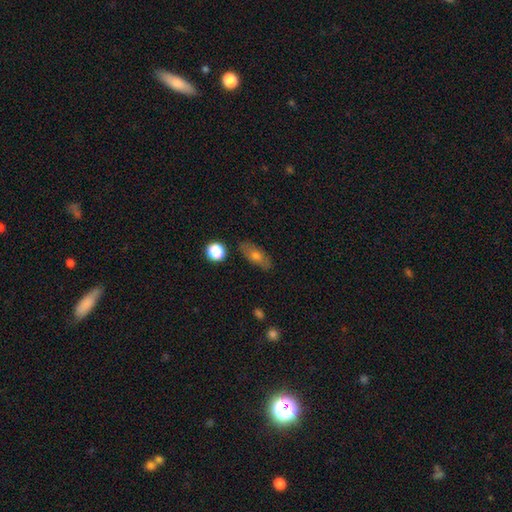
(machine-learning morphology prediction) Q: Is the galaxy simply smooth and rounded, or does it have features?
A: smooth — 66%.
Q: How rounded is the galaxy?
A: in between — 75%.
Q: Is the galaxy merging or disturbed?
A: none — 81%.